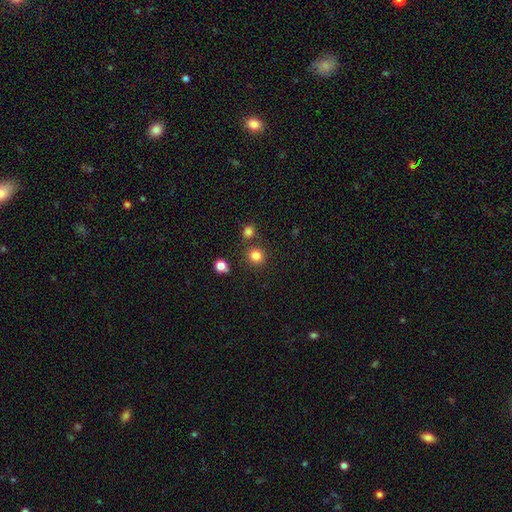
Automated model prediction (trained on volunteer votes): smooth 82%, star or artifact 13%, featured or disk 5%. Down the decision tree: how rounded — round (88%); merging — none (80%).